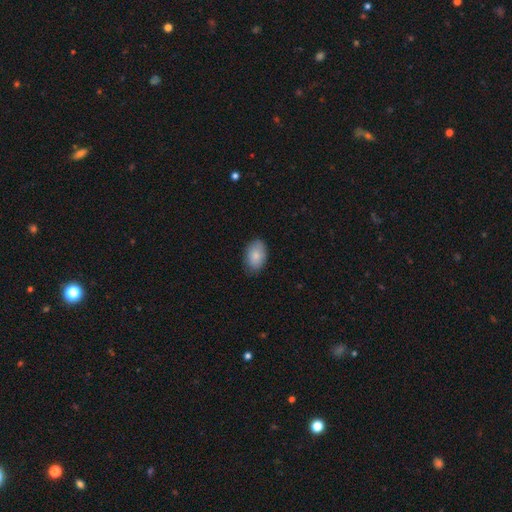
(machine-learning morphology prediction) A smooth galaxy with no disk features (84%) that is in between round and cigar-shaped (88%).

Vote fractions:
- Smooth or featured? smooth: 84% / featured or disk: 9% / star or artifact: 7%
- How rounded? in between: 88% / round: 11% / cigar-shaped: 1%
- Merging? none: 83% / minor disturbance: 14% / major disturbance: 3% / merger: 1%